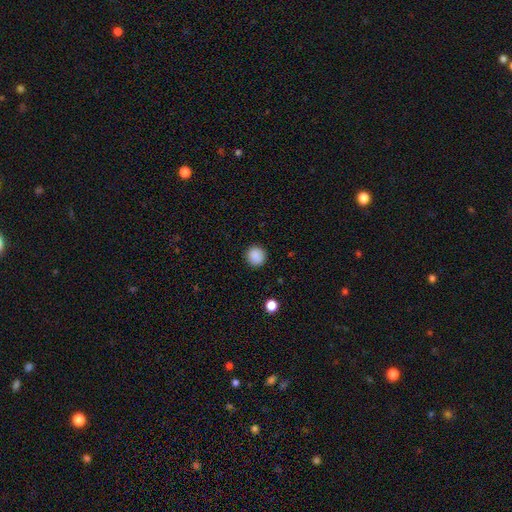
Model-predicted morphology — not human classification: A smooth galaxy with no disk features (88%) that is round (93%). Merging: none (91%).